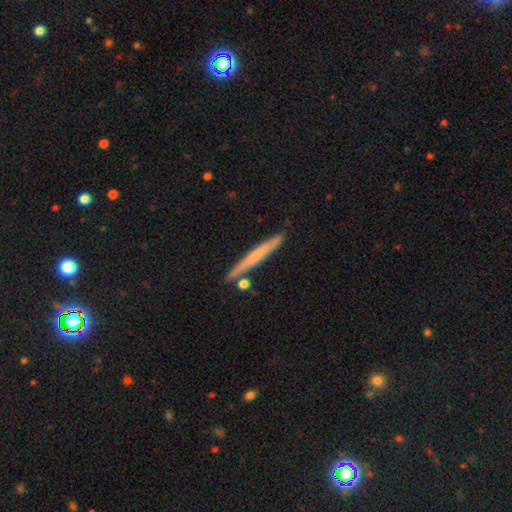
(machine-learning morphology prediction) Overall: smooth (51%; featured or disk 43%). How rounded: cigar-shaped (96%). Merging: none (84%).